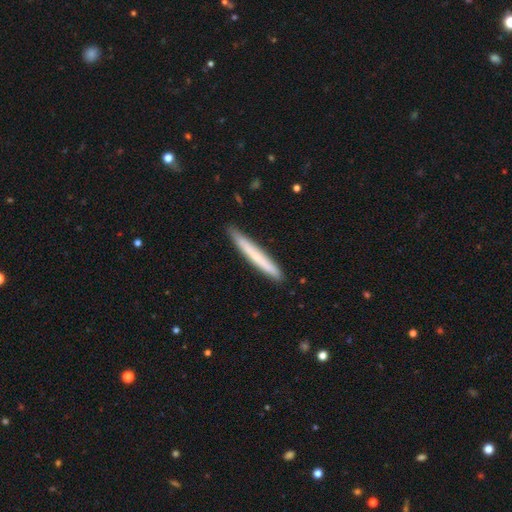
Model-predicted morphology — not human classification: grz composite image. It shows a smooth galaxy with no disk features (63%) that is cigar-shaped (97%). Merging: none (89%).